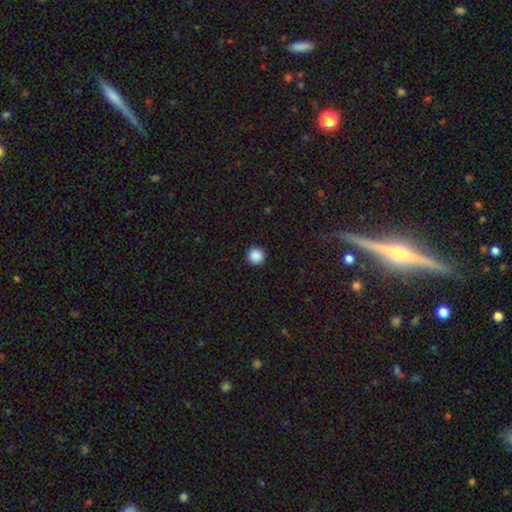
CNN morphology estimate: Smooth or featured? smooth (88%)
How rounded? round (96%)
Merging? none (93%)